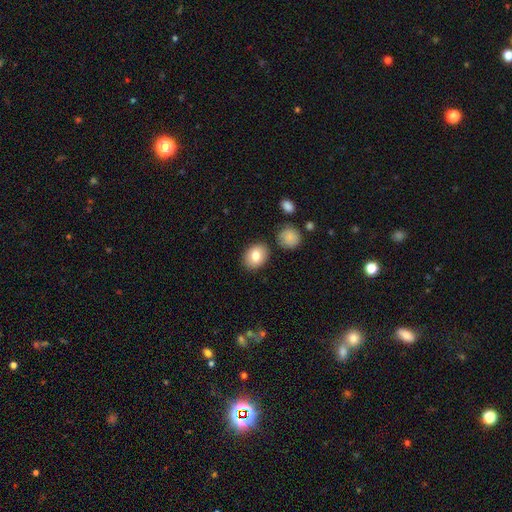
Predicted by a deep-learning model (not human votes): Morphology: type=smooth (81%); roundness=in between (65%); merging=none (84%).